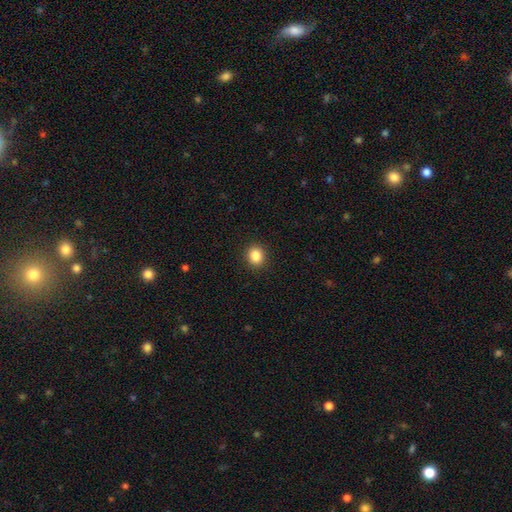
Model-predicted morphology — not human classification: The model was most divided on "how rounded": round: 76%, in between: 23%, cigar-shaped: 1%. More confident: merging — none (91%); smooth or featured — smooth (86%).